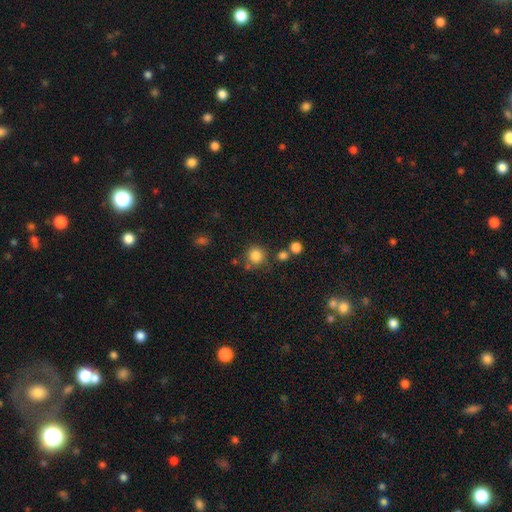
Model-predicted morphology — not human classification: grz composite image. It shows a smooth galaxy with no disk features (83%) that is round (92%). Merging: none (77%).